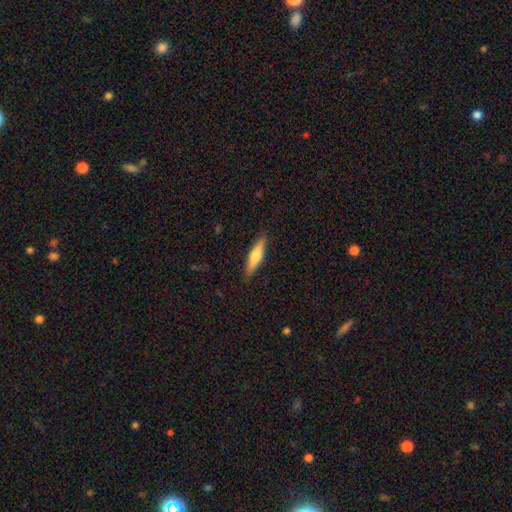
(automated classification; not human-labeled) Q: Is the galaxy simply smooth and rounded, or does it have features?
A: smooth — 56%.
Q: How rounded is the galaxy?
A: cigar-shaped — 79%.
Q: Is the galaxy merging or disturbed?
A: none — 88%.